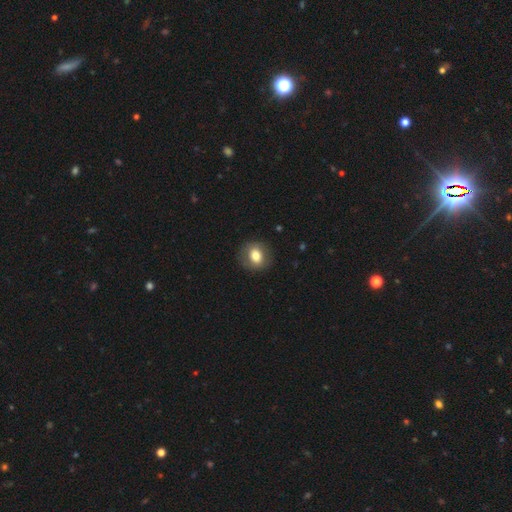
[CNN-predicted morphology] Overall: smooth (74%). How rounded: round (64%; in between 35%). Merging: none (85%).